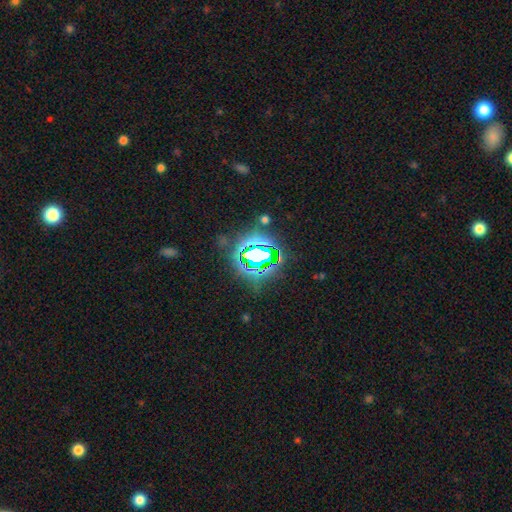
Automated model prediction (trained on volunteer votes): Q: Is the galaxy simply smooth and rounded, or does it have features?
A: star or artifact — 72%.